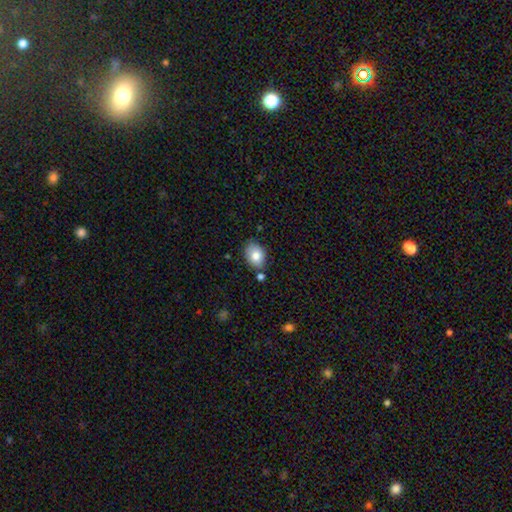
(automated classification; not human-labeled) This is clearly a smooth galaxy (81%). How rounded: likely in between (70%). Merging: likely none (73%).